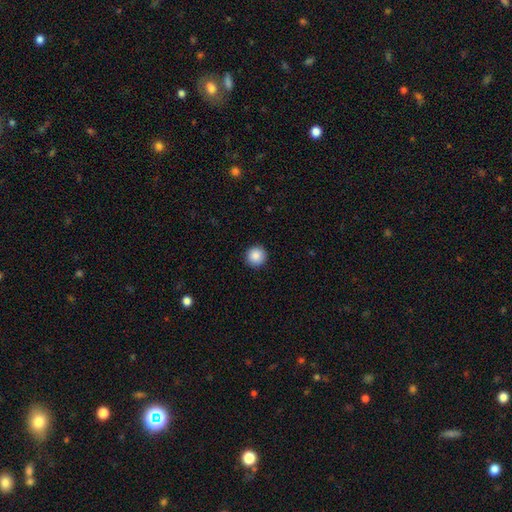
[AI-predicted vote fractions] Morphology: type=smooth (88%); roundness=round (96%); merging=none (93%).